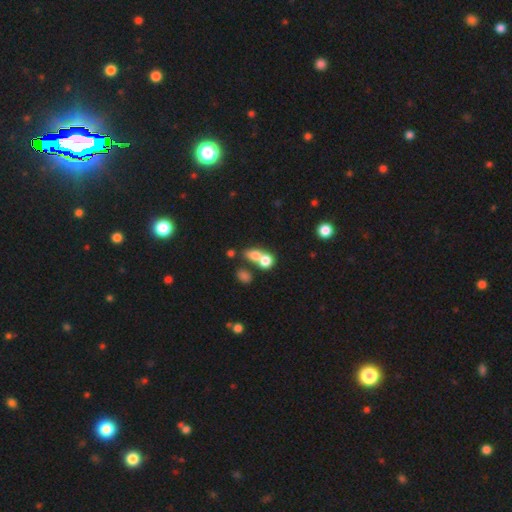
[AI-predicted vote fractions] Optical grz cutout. It shows a smooth galaxy with no disk features (73%) that is round (50%). Merging: merger (55%).